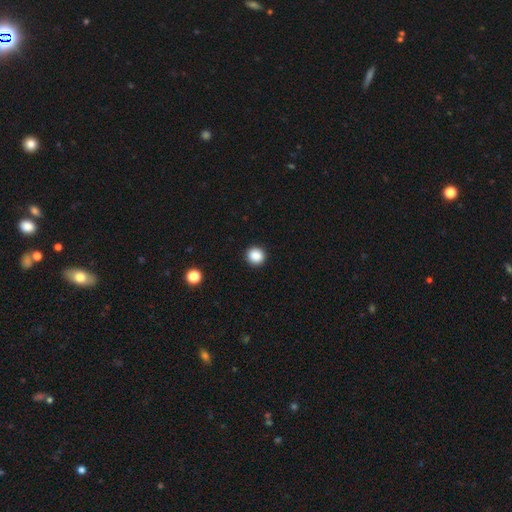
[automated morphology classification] Q: Smooth or featured?
A: smooth (88%); runner-up: star or artifact (10%)
Q: How rounded?
A: round (92%); runner-up: in between (7%)
Q: Merging?
A: none (93%); runner-up: minor disturbance (5%)